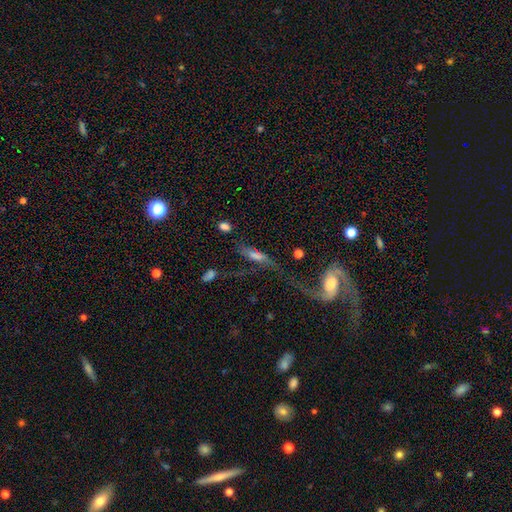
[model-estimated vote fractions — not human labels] Morphology: type=featured or disk (53%); edge-on=no (71%); merging=major disturbance (34%).